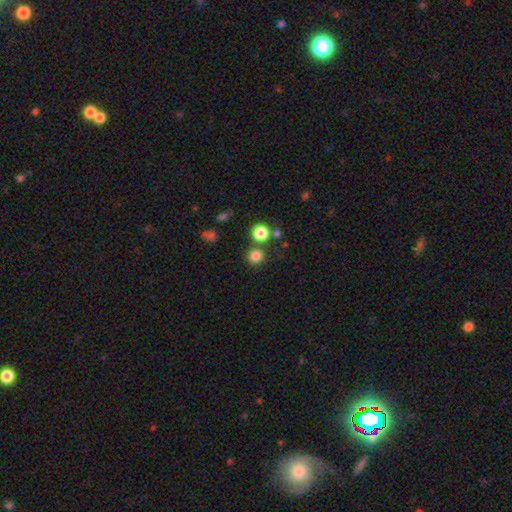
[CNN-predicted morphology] The model was most divided on "smooth or featured": smooth: 81%, star or artifact: 15%, featured or disk: 4%. More confident: how rounded — round (91%); merging — none (79%).